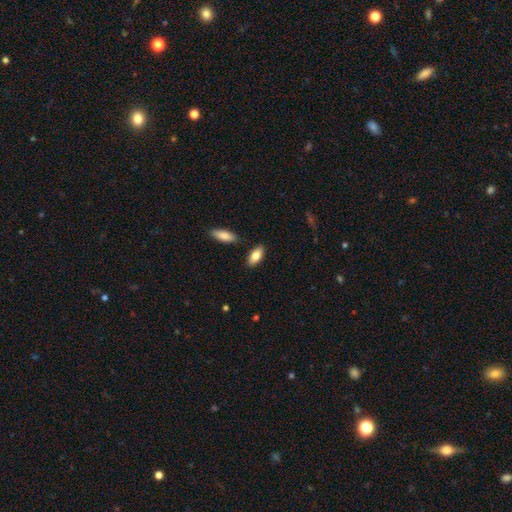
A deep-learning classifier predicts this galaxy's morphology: Q: Smooth or featured?
A: smooth (81%); runner-up: featured or disk (12%)
Q: How rounded?
A: in between (88%); runner-up: cigar-shaped (10%)
Q: Merging?
A: none (86%); runner-up: minor disturbance (9%)